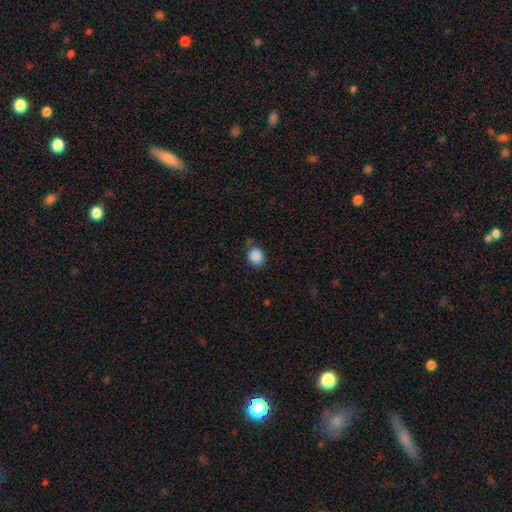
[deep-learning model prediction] This is clearly a smooth galaxy (88%). How rounded: likely round (79%). Merging: likely none (74%).